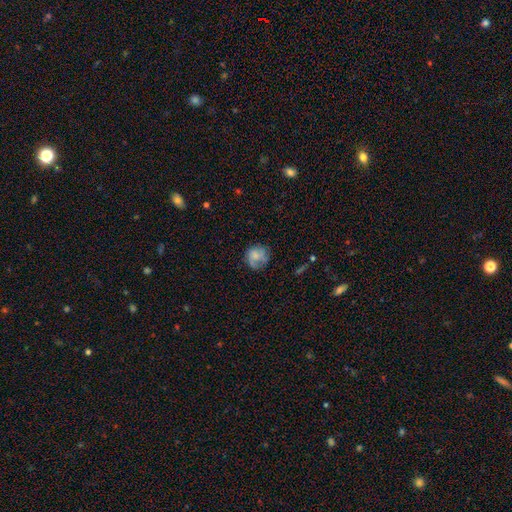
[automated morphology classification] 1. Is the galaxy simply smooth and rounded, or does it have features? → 63% smooth, 28% featured or disk, 9% star or artifact.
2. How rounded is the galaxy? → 81% round, 18% in between, 1% cigar-shaped.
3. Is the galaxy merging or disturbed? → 61% none, 24% minor disturbance, 13% major disturbance, 2% merger.